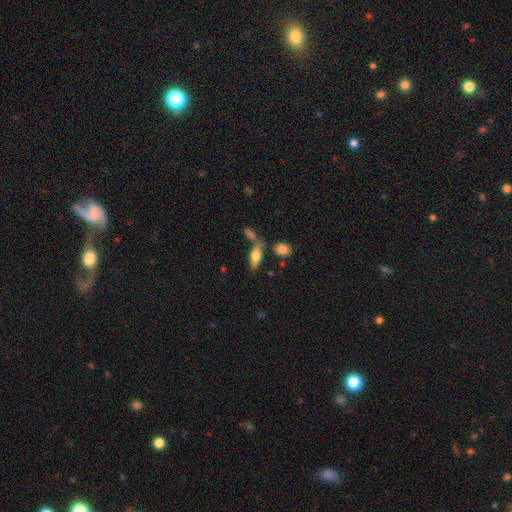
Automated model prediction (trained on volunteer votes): Smooth or featured: smooth — 60% (featured or disk — 32%)
How rounded: in between — 66% (cigar-shaped — 31%)
Merging: none — 63% (merger — 18%)